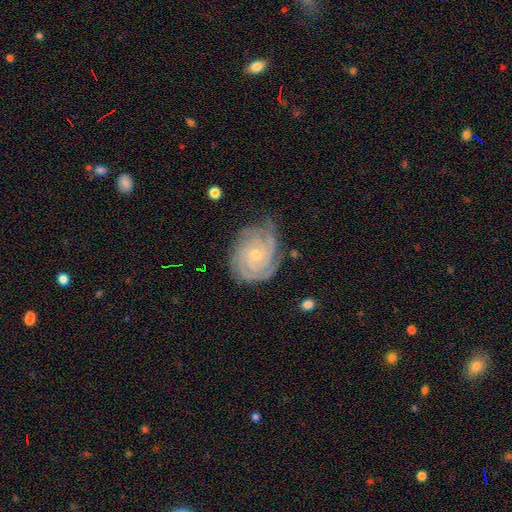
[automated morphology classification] featured or disk 89%, smooth 6%, star or artifact 5%. Down the decision tree: edge-on disk — no (98%); bar — no (75%); spiral arms — yes (98%); spiral arm count — 3 (29%); spiral winding — tight (83%); bulge size — small (74%); merging — none (73%).